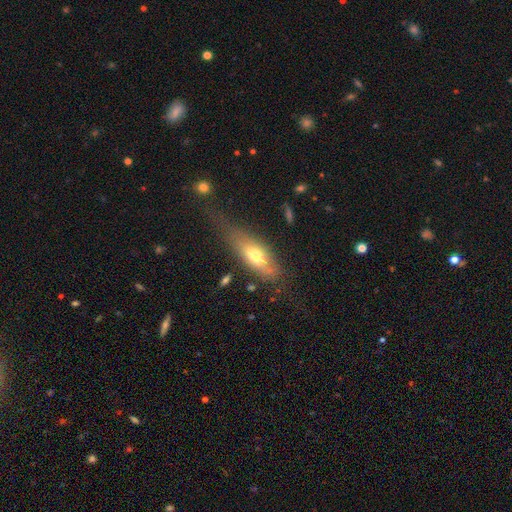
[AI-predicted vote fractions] Overall: smooth (60%; featured or disk 32%). How rounded: in between (71%). Merging: none (38%; major disturbance 30%).